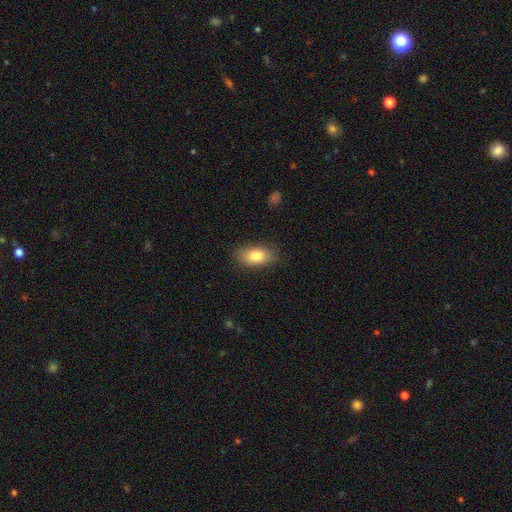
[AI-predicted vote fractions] This is clearly a smooth galaxy (82%). How rounded: clearly in between (90%). Merging: clearly none (84%).